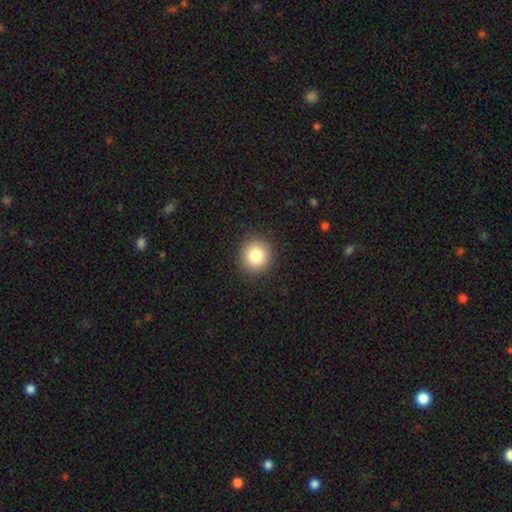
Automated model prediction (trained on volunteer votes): This is clearly a smooth galaxy (83%). How rounded: clearly round (90%). Merging: clearly none (91%).